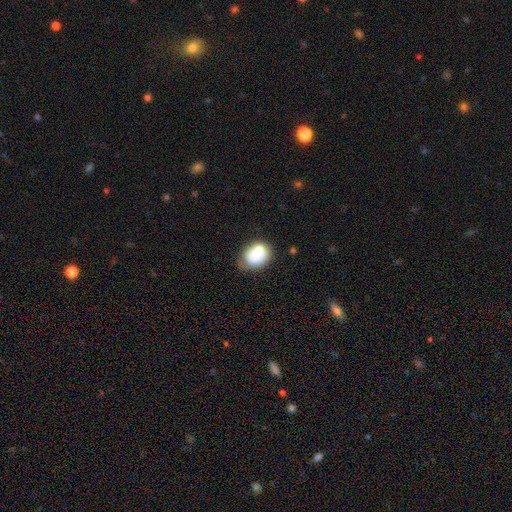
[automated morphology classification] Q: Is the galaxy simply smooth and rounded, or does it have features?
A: smooth — 77%.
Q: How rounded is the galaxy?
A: in between — 57%.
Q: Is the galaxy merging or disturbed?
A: none — 45%.